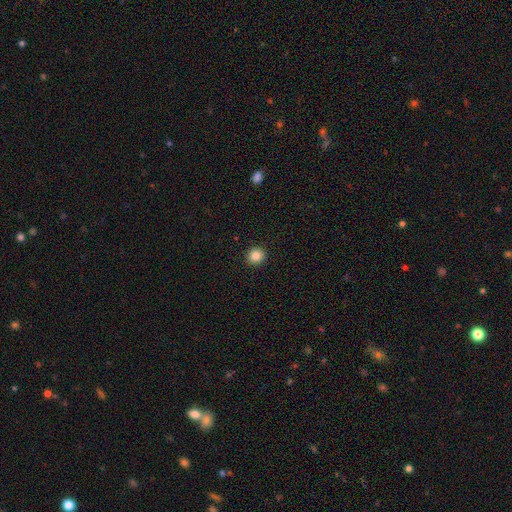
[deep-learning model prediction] smooth_or_featured: smooth (p=0.85) [alt: star or artifact p=0.10]
how_rounded: round (p=0.88) [alt: in between p=0.11]
merging: none (p=0.93) [alt: minor disturbance p=0.05]